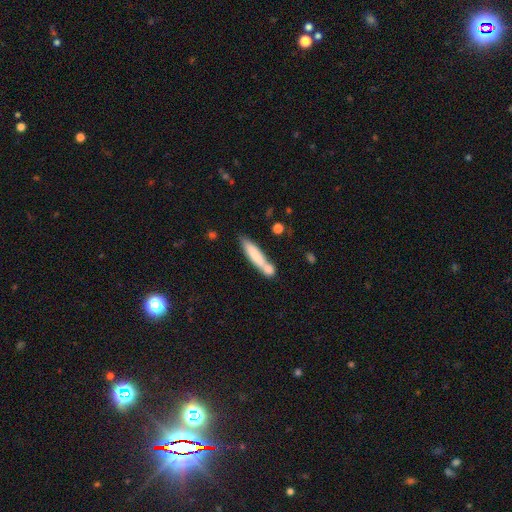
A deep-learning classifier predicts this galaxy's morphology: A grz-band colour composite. It shows a smooth galaxy with no disk features (74%) that is cigar-shaped (83%). Merging: none (50%).